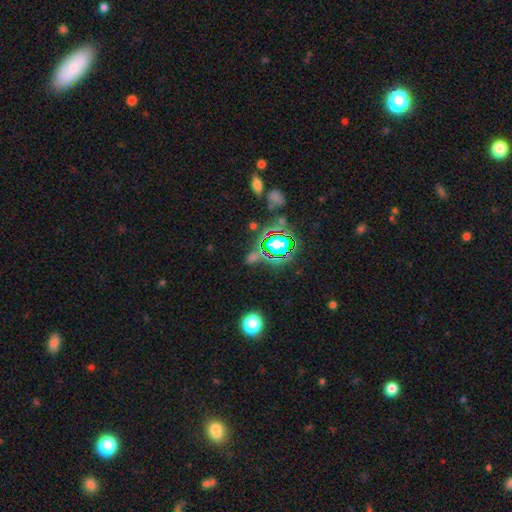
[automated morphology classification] The model was most divided on "smooth or featured": star or artifact: 58%, smooth: 30%, featured or disk: 12%.